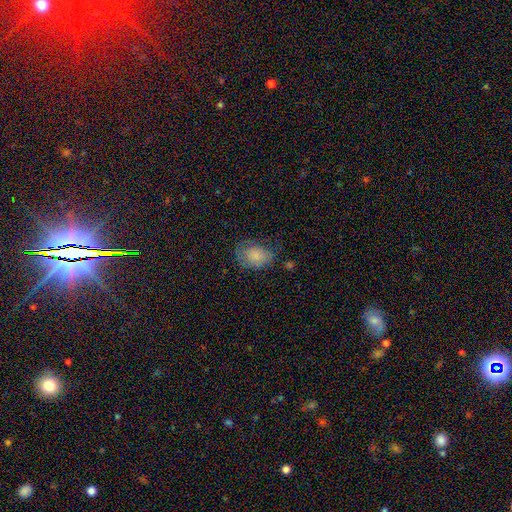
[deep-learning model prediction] A smooth galaxy with no disk features (79%) that is in between round and cigar-shaped (64%).

Vote fractions:
- Smooth or featured? smooth: 79% / featured or disk: 12% / star or artifact: 9%
- How rounded? in between: 64% / round: 35% / cigar-shaped: 1%
- Merging? none: 52% / minor disturbance: 31% / major disturbance: 15% / merger: 2%